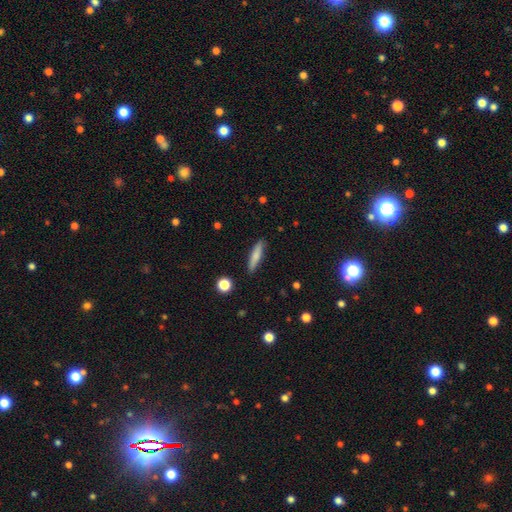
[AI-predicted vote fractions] A smooth galaxy with no disk features (76%) that is cigar-shaped (83%).

Vote fractions:
- Smooth or featured? smooth: 76% / featured or disk: 17% / star or artifact: 7%
- How rounded? cigar-shaped: 83% / in between: 15% / round: 2%
- Merging? none: 87% / minor disturbance: 9% / major disturbance: 2% / merger: 2%